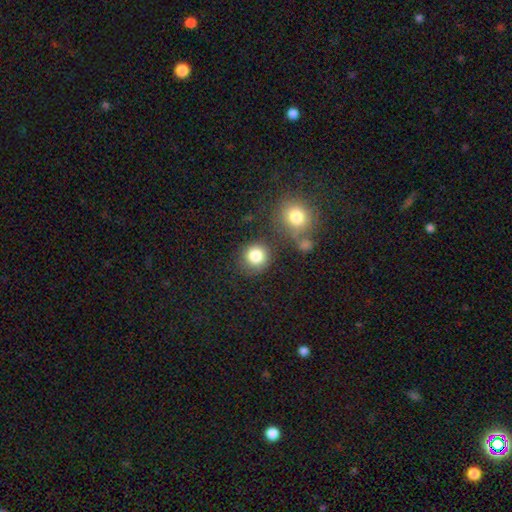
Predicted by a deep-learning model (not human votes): This is clearly a smooth galaxy (84%). How rounded: clearly round (90%). Merging: likely none (76%).